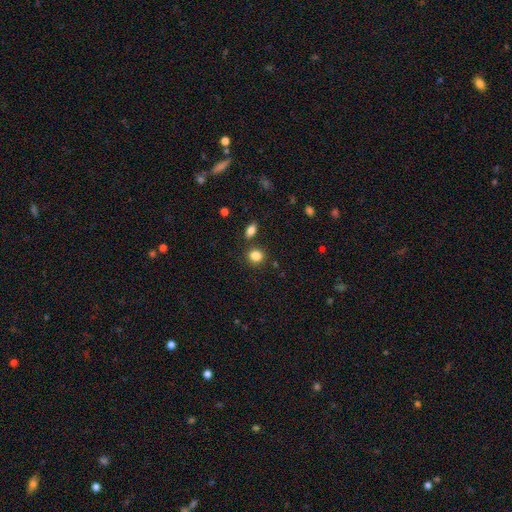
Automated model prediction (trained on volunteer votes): Smooth or featured? smooth (85%)
How rounded? round (75%)
Merging? none (80%)